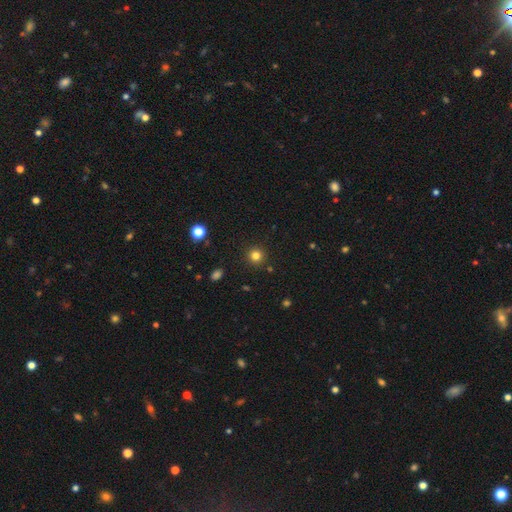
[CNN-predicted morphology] Smooth or featured: smooth — 81% (star or artifact — 14%)
How rounded: round — 94% (in between — 5%)
Merging: none — 91% (minor disturbance — 5%)